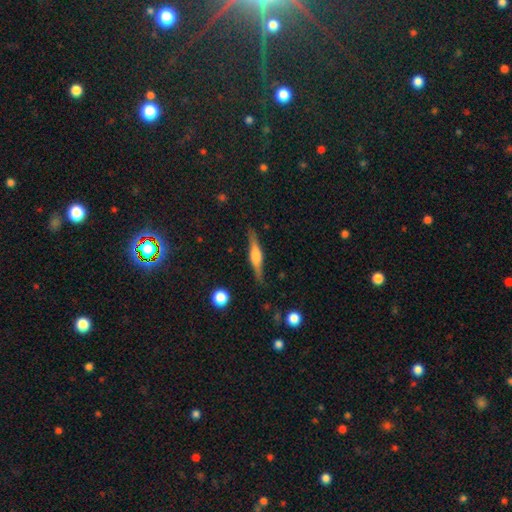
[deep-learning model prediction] This is likely a featured or disk galaxy (70%). It is clearly viewed edge-on (97%). Edge-on bulge: clearly rounded (81%). Merging: clearly none (87%).